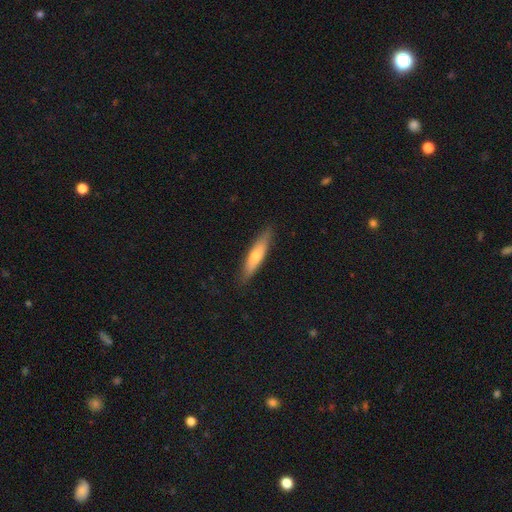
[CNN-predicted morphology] smooth-or-featured: smooth: 63% | featured or disk: 31% | star or artifact: 6%
  how-rounded: cigar-shaped: 80% | in between: 18% | round: 2%
  merging: none: 87% | minor disturbance: 10% | major disturbance: 2% | merger: 1%